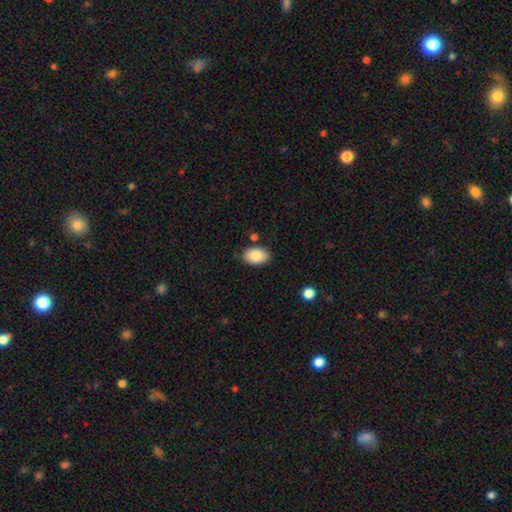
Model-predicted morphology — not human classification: type=smooth (88%); roundness=in between (89%); merging=none (80%).